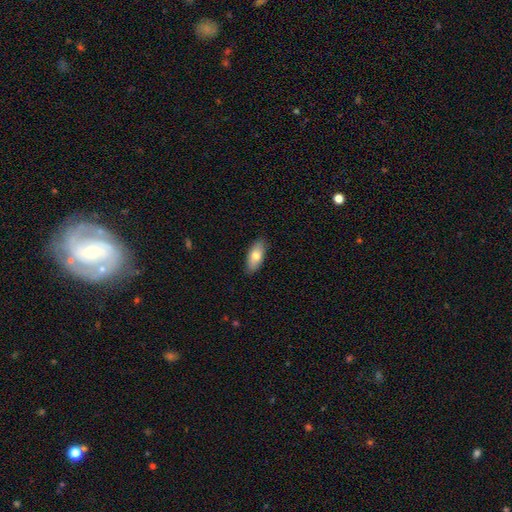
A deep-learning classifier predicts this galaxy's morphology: Overall: smooth (76%). How rounded: in between (86%). Merging: none (87%).